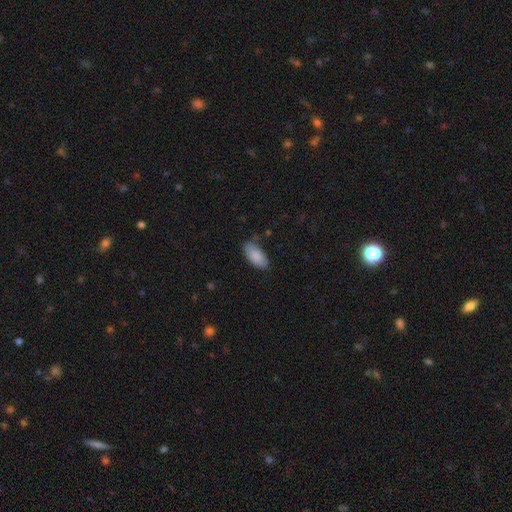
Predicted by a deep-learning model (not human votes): The model was most divided on "merging": none: 79%, minor disturbance: 16%, major disturbance: 3%, merger: 2%. More confident: how rounded — in between (91%); smooth or featured — smooth (88%).